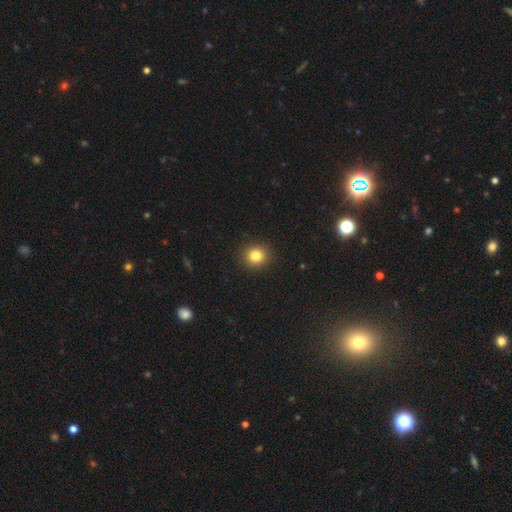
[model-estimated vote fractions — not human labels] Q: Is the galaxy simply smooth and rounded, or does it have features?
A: smooth — 83%.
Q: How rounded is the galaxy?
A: round — 90%.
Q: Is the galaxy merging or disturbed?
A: none — 92%.